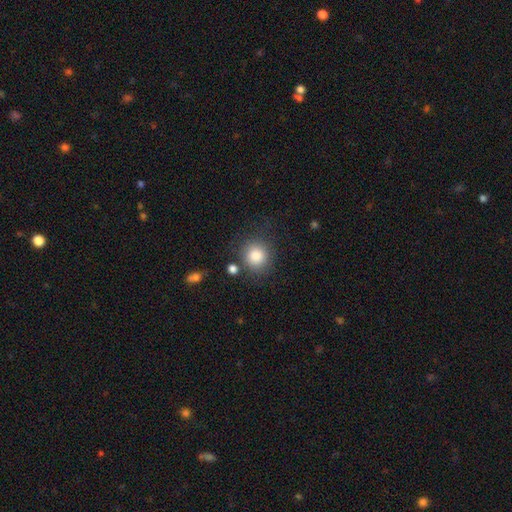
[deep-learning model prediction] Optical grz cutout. It shows a smooth galaxy with no disk features (85%) that is round (87%). Merging: none (77%).